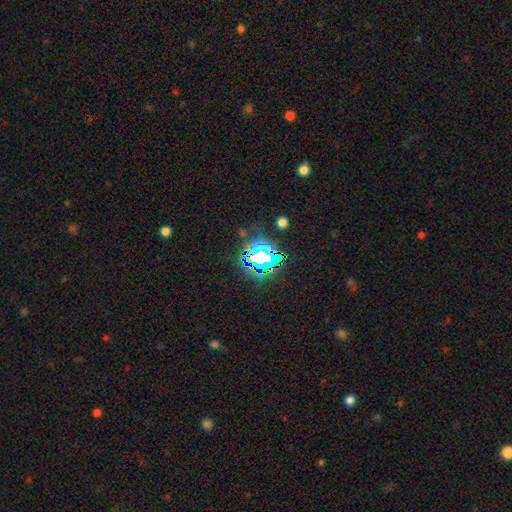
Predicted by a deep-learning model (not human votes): Smooth or featured? star or artifact (66%)